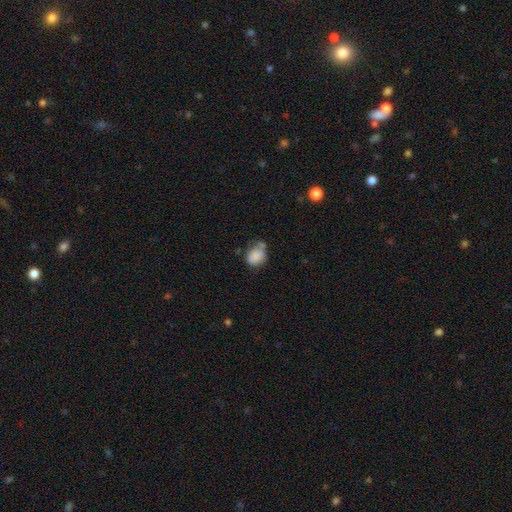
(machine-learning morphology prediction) smooth-or-featured: smooth: 84% | star or artifact: 9% | featured or disk: 7%
  how-rounded: in between: 62% | round: 37% | cigar-shaped: 1%
  merging: none: 48% | minor disturbance: 27% | merger: 15% | major disturbance: 10%